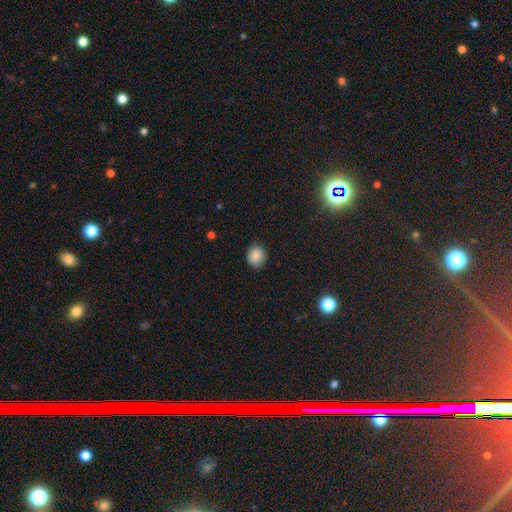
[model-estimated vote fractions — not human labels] The model was most divided on "how rounded": round: 76%, in between: 23%, cigar-shaped: 1%. More confident: smooth or featured — smooth (85%); merging — none (84%).